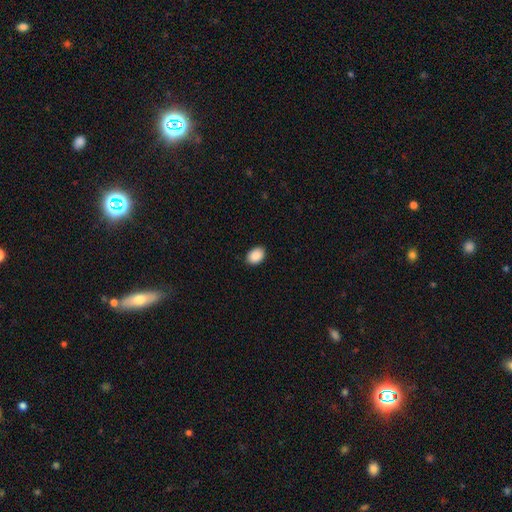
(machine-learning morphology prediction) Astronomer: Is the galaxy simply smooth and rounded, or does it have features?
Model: smooth — 90%.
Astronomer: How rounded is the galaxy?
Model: in between — 80%.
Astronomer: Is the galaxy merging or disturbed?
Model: none — 88%.